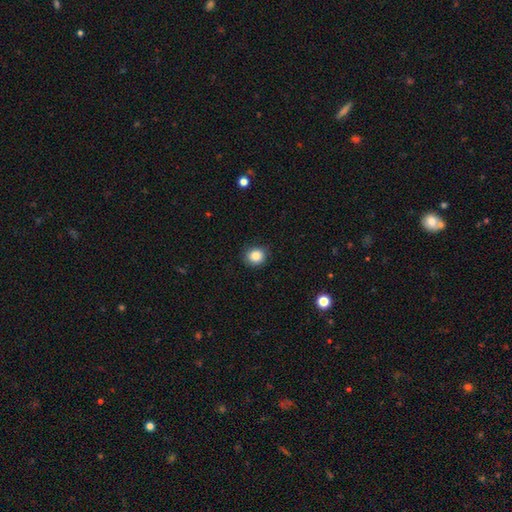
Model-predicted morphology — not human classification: The model was most divided on "how rounded": round: 80%, in between: 19%, cigar-shaped: 1%. More confident: merging — none (86%); smooth or featured — smooth (84%).